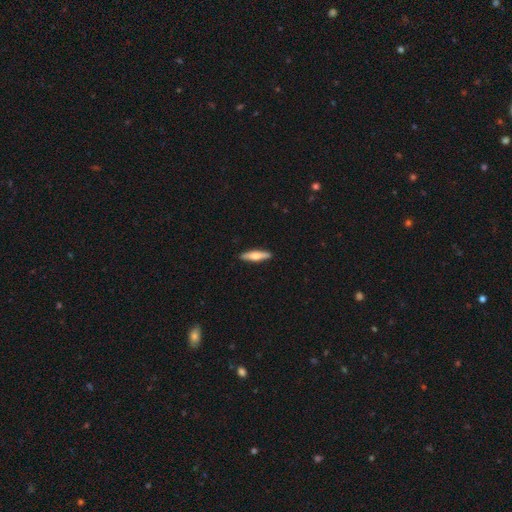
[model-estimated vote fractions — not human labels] smooth 55%, featured or disk 39%, star or artifact 5%. Down the decision tree: how rounded — cigar-shaped (77%); merging — none (90%).